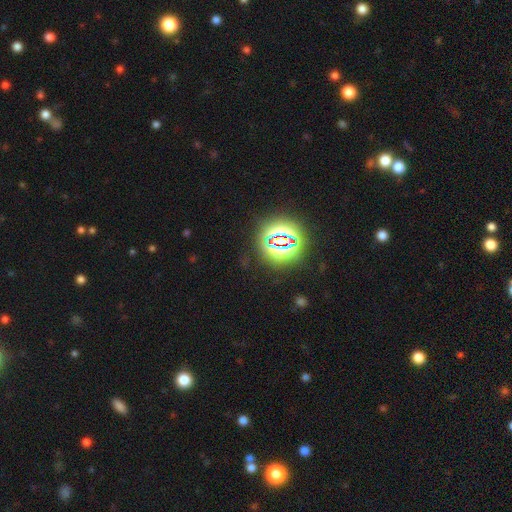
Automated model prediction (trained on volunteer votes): Overall: star or artifact (82%).